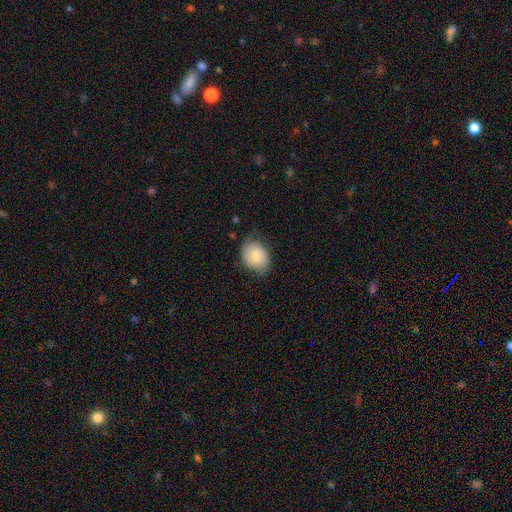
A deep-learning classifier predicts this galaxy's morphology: Smooth or featured? smooth (58%)
How rounded? in between (62%)
Merging? none (67%)